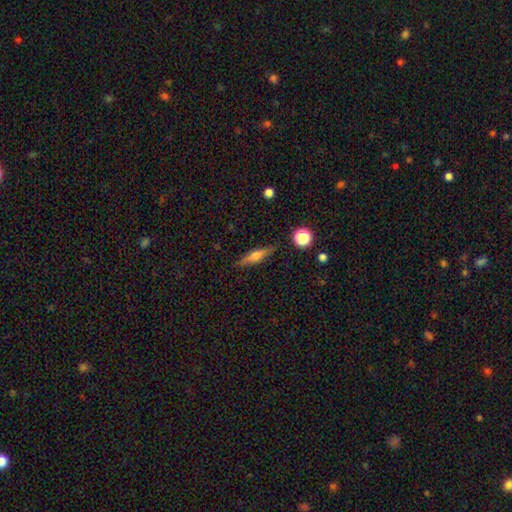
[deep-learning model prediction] Smooth or featured: featured or disk — 55% (smooth — 37%)
Edge-on disk: yes — 95% (no — 5%)
Edge-on bulge: rounded — 87% (boxy — 8%)
Merging: none — 87% (minor disturbance — 9%)